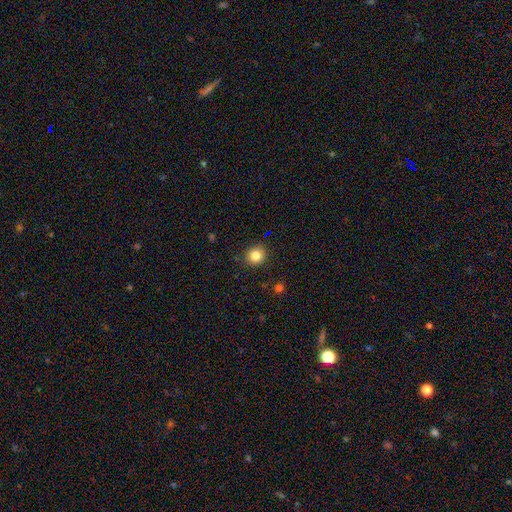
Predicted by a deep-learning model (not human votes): Smooth or featured? Predicted: smooth (p=0.83). How rounded? Predicted: round (p=0.90). Merging? Predicted: none (p=0.89).